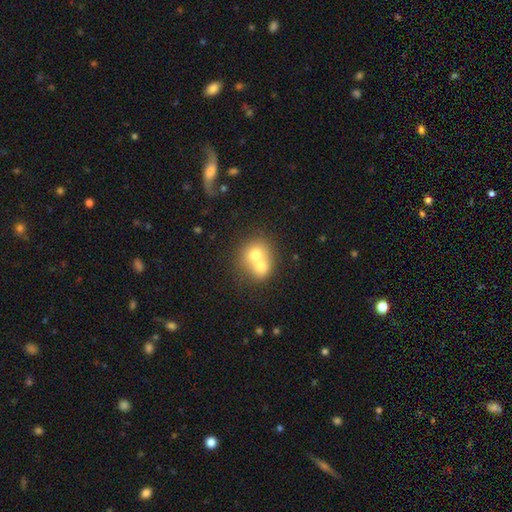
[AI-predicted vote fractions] A smooth galaxy with no disk features (67%) that is round (67%).

Vote fractions:
- Smooth or featured? smooth: 67% / featured or disk: 23% / star or artifact: 9%
- How rounded? round: 67% / in between: 32% / cigar-shaped: 1%
- Merging? merger: 71% / none: 21% / minor disturbance: 6% / major disturbance: 3%